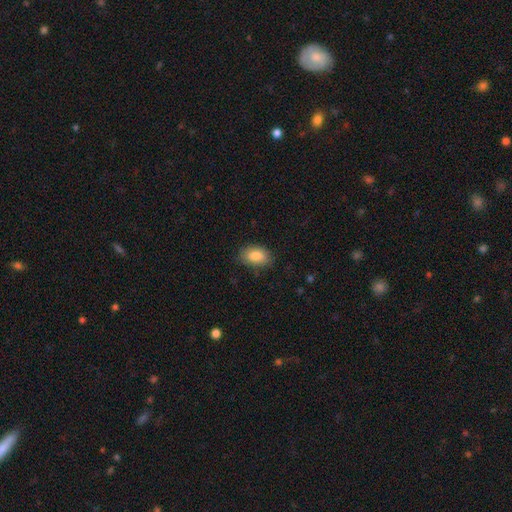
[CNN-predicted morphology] type=smooth (86%); roundness=in between (90%); merging=none (81%).